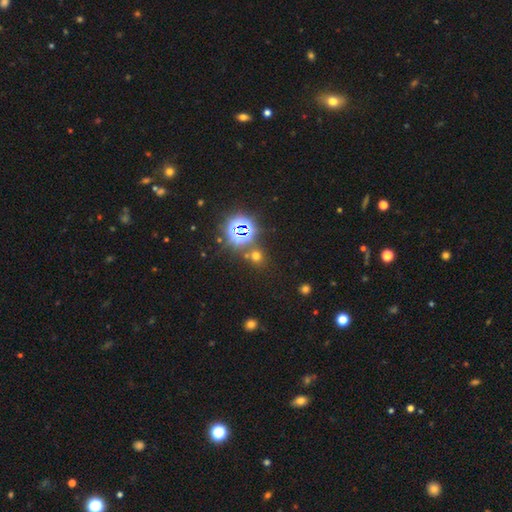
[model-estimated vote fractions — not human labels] Smooth or featured?
  - smooth: 48% *
  - star or artifact: 44%
  - featured or disk: 7%
Merging?
  - none: 76% *
  - merger: 11%
  - minor disturbance: 8%
  - major disturbance: 4%